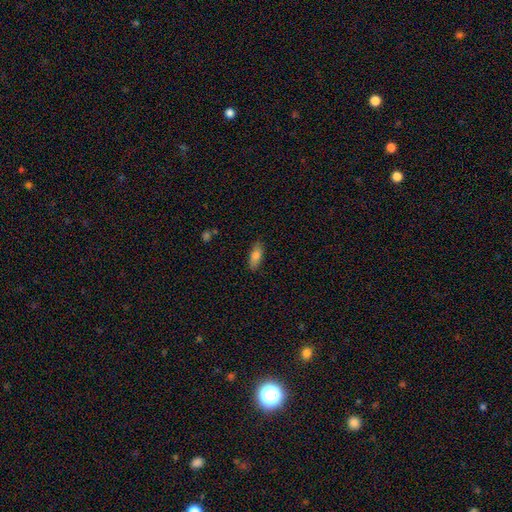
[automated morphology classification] Overall: smooth (81%). How rounded: in between (78%). Merging: none (85%).